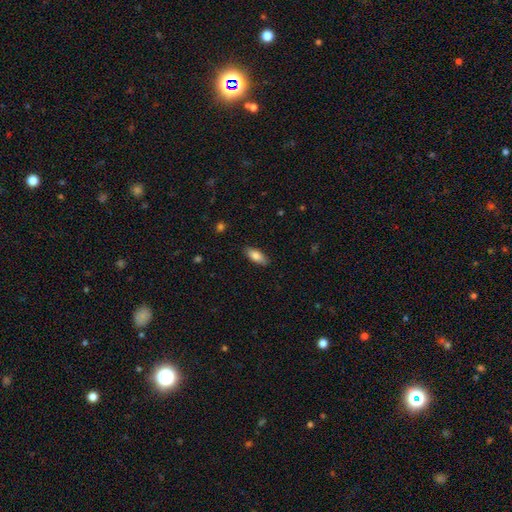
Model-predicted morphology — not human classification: smooth_or_featured: smooth (p=0.81) [alt: featured or disk p=0.13]
how_rounded: in between (p=0.77) [alt: cigar-shaped p=0.21]
merging: none (p=0.87) [alt: minor disturbance p=0.10]